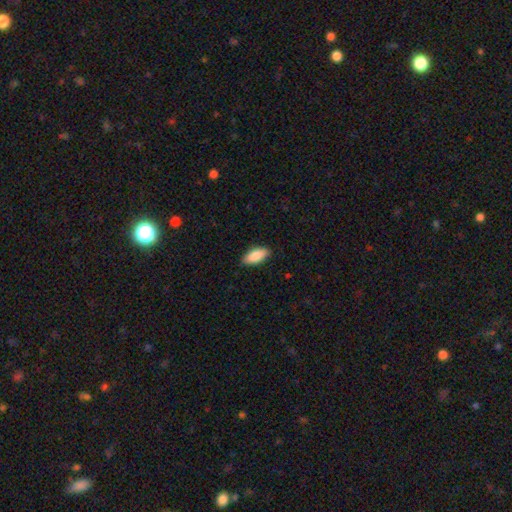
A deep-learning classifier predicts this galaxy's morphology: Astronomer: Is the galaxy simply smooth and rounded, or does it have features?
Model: smooth — 85%.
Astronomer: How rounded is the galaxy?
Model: in between — 85%.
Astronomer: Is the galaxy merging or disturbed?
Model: none — 87%.